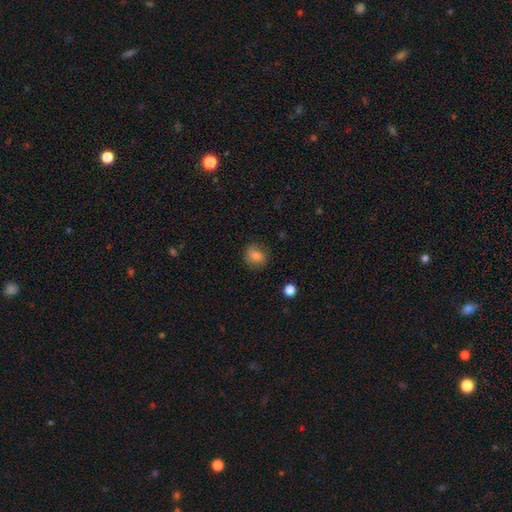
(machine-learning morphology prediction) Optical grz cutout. It shows a smooth galaxy with no disk features (83%) that is round (72%). Merging: none (81%).